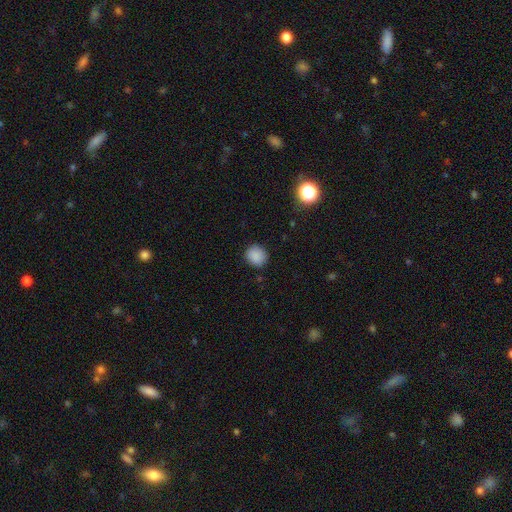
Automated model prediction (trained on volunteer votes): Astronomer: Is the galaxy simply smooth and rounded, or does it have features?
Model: smooth — 87%.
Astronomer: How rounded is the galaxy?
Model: round — 80%.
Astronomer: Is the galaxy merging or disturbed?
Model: none — 85%.